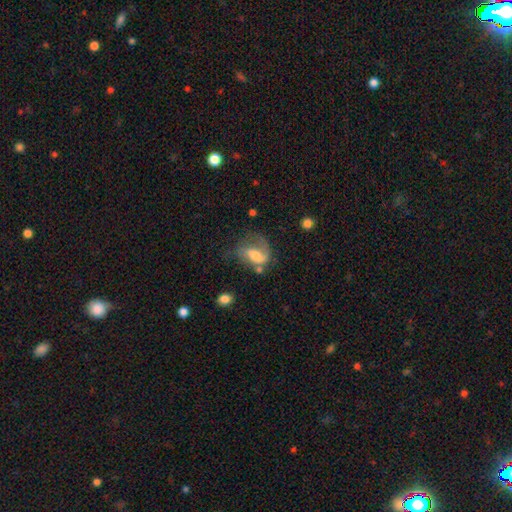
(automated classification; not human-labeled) Smooth or featured? featured or disk (55%)
Edge-on disk? no (96%)
Bar? weak (41%, tied with no)
Spiral arms? yes (76%)
Bulge size? moderate (51%)
Merging? major disturbance (37%)